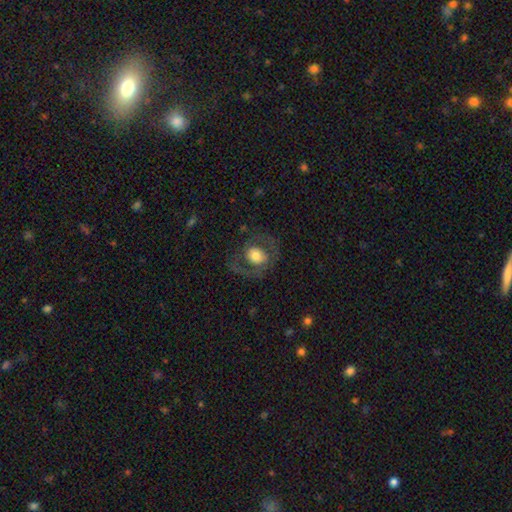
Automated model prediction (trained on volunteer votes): smooth-or-featured: smooth: 49% | featured or disk: 43% | star or artifact: 8%
  merging: none: 69% | major disturbance: 15% | minor disturbance: 14% | merger: 1%